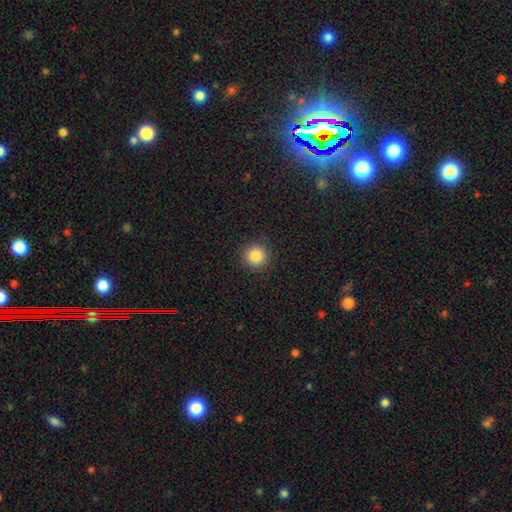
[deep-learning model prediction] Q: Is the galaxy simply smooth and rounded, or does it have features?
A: smooth — 86%.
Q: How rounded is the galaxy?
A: round — 94%.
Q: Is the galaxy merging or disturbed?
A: none — 90%.